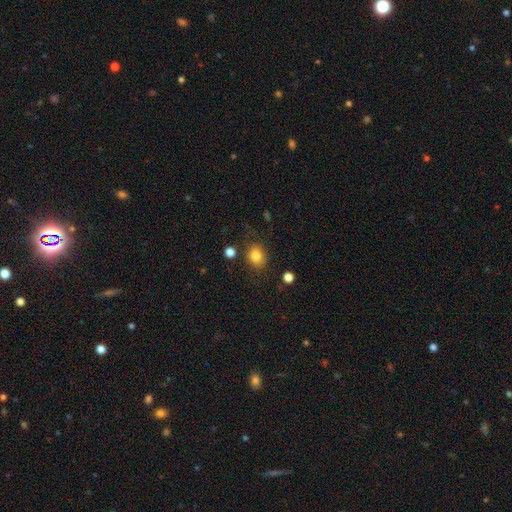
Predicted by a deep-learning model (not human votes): smooth_or_featured: smooth (p=0.83) [alt: star or artifact p=0.11]
how_rounded: round (p=0.65) [alt: in between p=0.34]
merging: none (p=0.80) [alt: minor disturbance p=0.12]